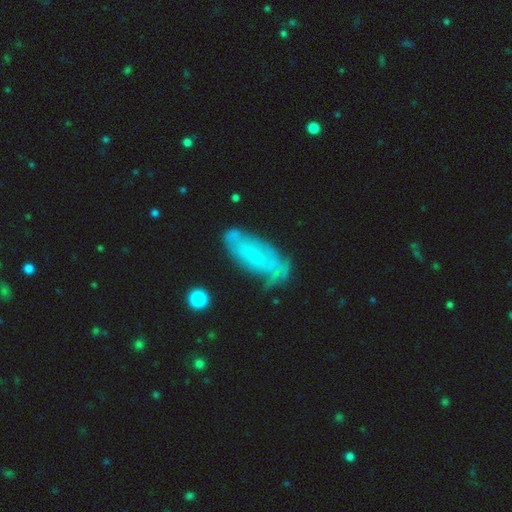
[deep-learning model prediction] Morphology: type=featured or disk (54%); edge-on=no (84%); merging=none (66%).